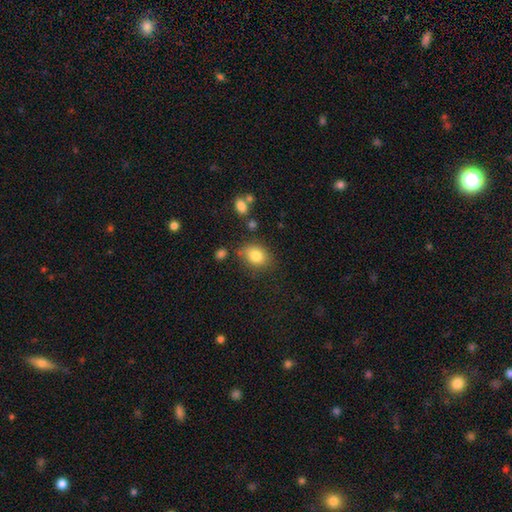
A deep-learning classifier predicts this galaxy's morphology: Smooth or featured: smooth — 82% (star or artifact — 10%)
How rounded: in between — 58% (round — 41%)
Merging: none — 72% (minor disturbance — 18%)